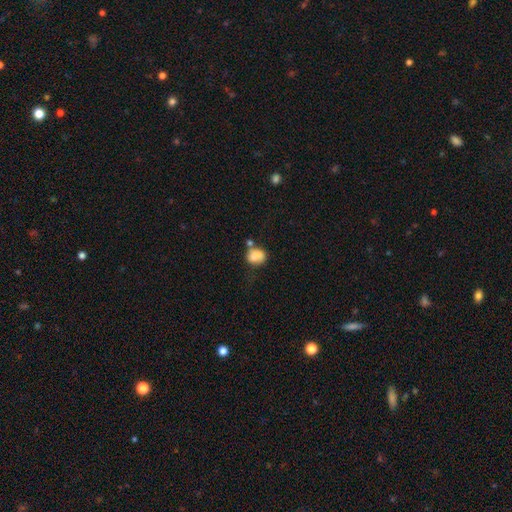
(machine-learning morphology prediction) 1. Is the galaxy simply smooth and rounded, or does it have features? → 84% smooth, 9% star or artifact, 7% featured or disk.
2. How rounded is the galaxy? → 50% round, 49% in between, 1% cigar-shaped.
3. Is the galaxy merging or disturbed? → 51% none, 22% minor disturbance, 18% merger, 8% major disturbance.